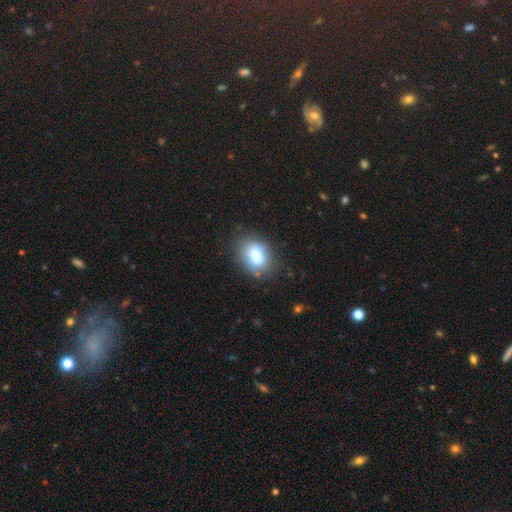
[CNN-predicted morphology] type=smooth (75%); roundness=in between (67%); merging=none (76%).